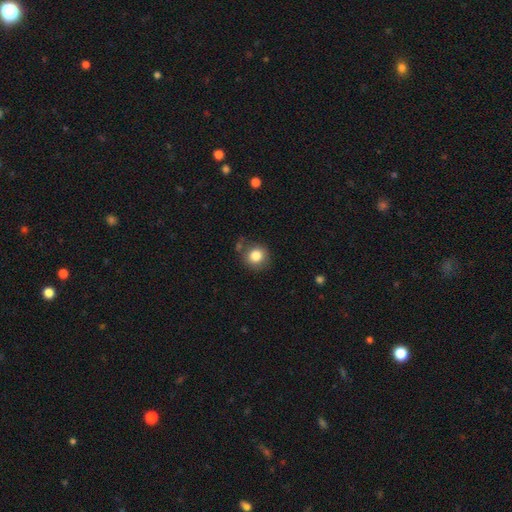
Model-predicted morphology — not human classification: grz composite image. It shows a smooth galaxy with no disk features (84%) that is round (86%). Merging: none (76%).